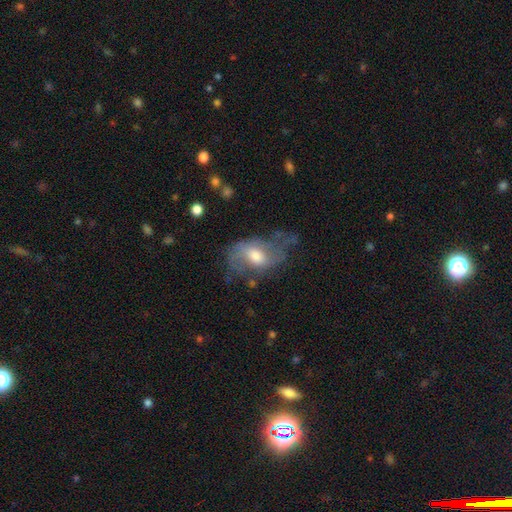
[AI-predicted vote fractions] This appears to be a featured or disk galaxy (56%) with no bar (48%), spiral arms (68%) and a moderate central bulge (63%). Merging: none (37%).